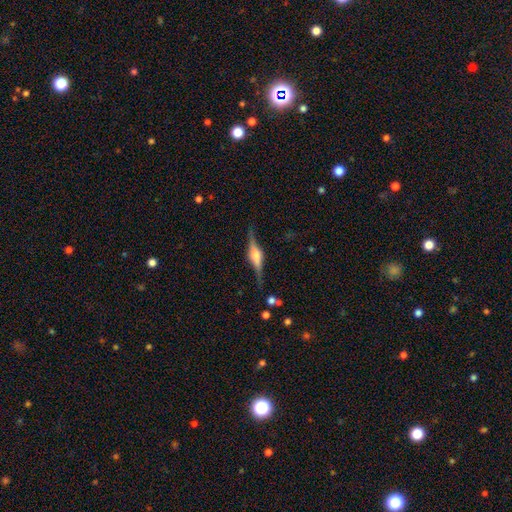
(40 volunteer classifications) A featured or disk galaxy (95%) viewed edge-on (100%) with a rounded central bulge (87%). Merging: none (82%).